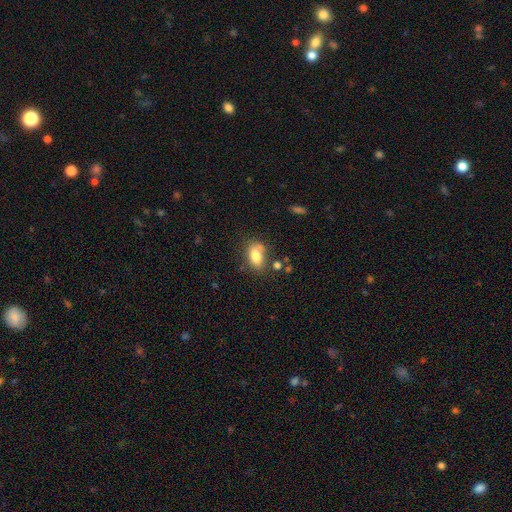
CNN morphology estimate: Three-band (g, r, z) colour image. It shows a smooth galaxy with no disk features (80%) that is in between round and cigar-shaped (88%). Merging: none (59%).